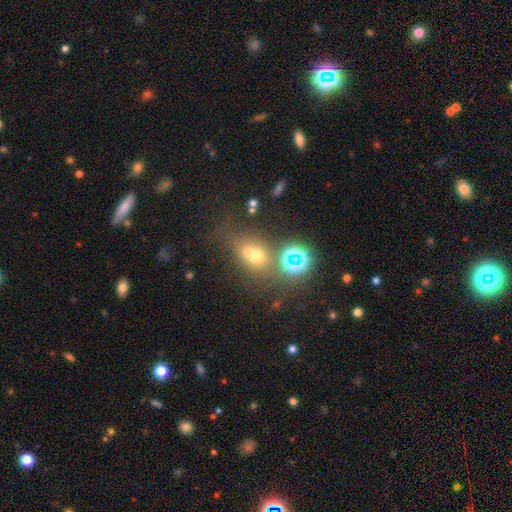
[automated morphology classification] Smooth or featured: smooth — 56% (star or artifact — 26%)
How rounded: round — 62% (in between — 36%)
Merging: none — 42% (merger — 38%)